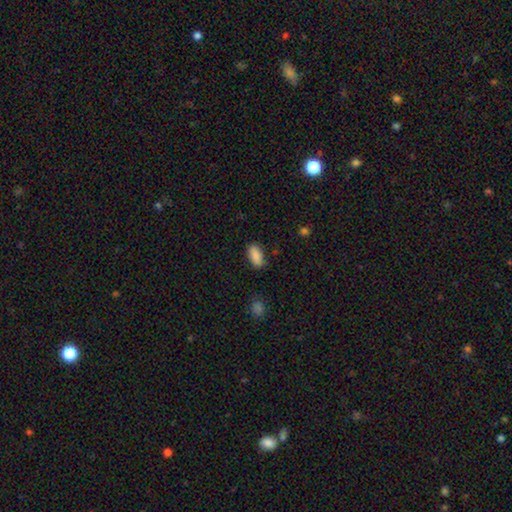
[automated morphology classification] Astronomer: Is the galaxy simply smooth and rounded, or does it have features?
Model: smooth — 88%.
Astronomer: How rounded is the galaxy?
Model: in between — 88%.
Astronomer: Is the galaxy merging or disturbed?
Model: none — 83%.